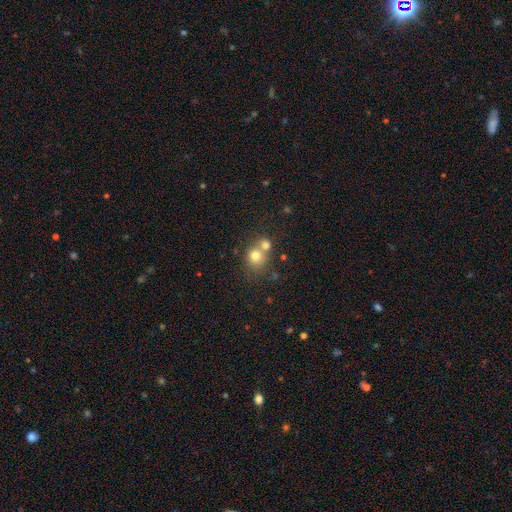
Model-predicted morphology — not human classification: smooth-or-featured: smooth: 74% | featured or disk: 14% | star or artifact: 12%
  how-rounded: round: 78% | in between: 21% | cigar-shaped: 1%
  merging: merger: 50% | none: 40% | minor disturbance: 7% | major disturbance: 3%